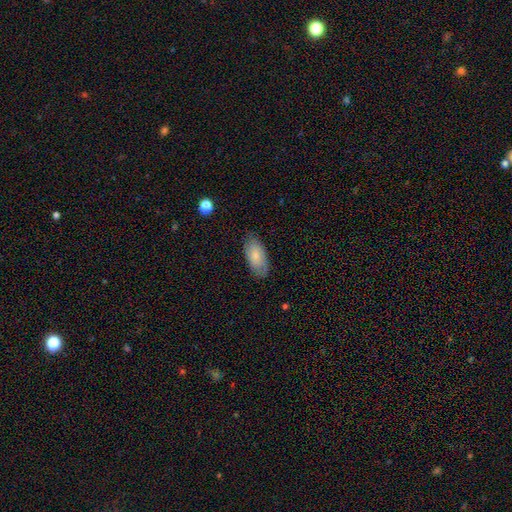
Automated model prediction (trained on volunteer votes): smooth_or_featured: smooth (p=0.75) [alt: featured or disk p=0.19]
how_rounded: in between (p=0.91) [alt: cigar-shaped p=0.07]
merging: none (p=0.80) [alt: minor disturbance p=0.16]